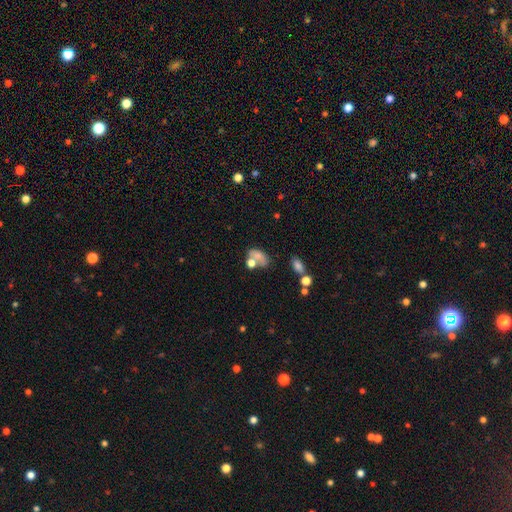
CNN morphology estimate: smooth-or-featured: smooth: 62% | featured or disk: 24% | star or artifact: 14%
  how-rounded: in between: 75% | round: 22% | cigar-shaped: 3%
  merging: merger: 41% | none: 31% | minor disturbance: 16% | major disturbance: 12%